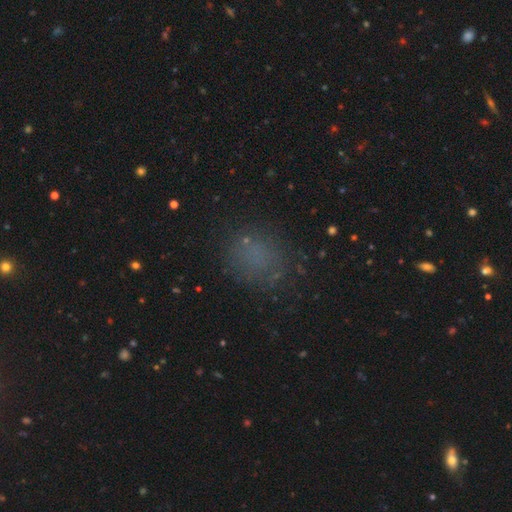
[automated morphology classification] A smooth galaxy with no disk features (63%) that is round (64%). Merging: none (73%).